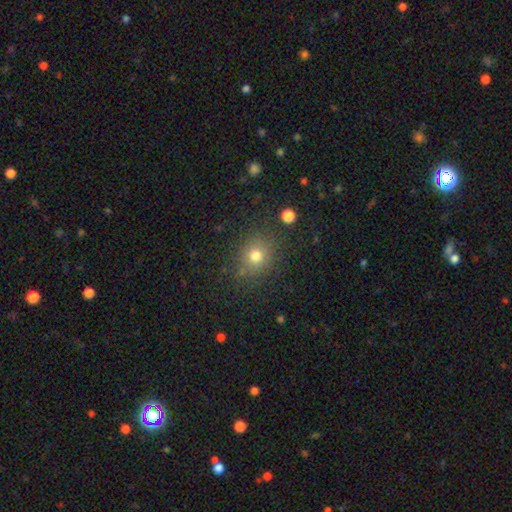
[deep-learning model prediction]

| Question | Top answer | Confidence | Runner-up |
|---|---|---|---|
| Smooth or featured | smooth | 75% | star or artifact (16%) |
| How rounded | round | 72% | in between (27%) |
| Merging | none | 81% | minor disturbance (12%) |